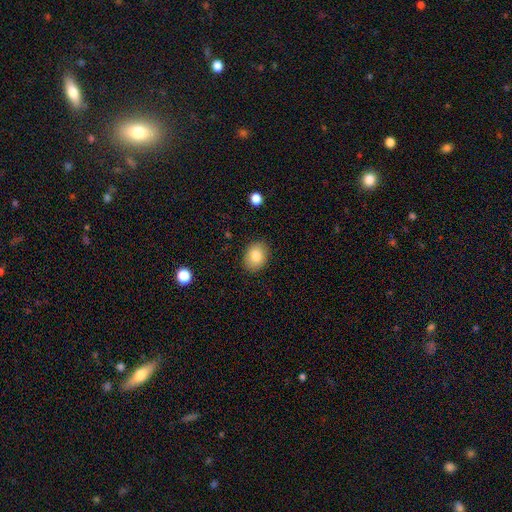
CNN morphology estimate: Smooth or featured: smooth — 83% (featured or disk — 9%)
How rounded: in between — 64% (round — 35%)
Merging: none — 87% (minor disturbance — 10%)